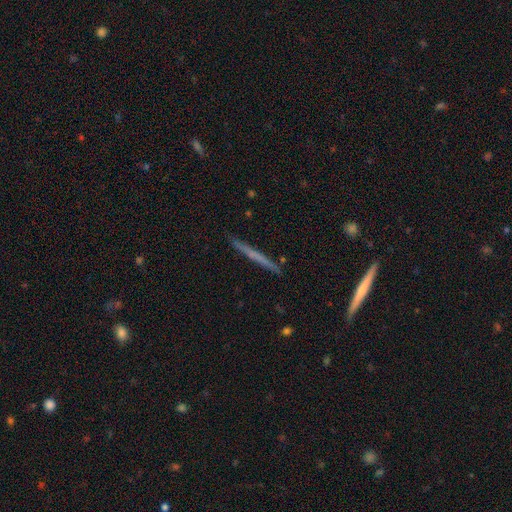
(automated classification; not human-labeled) Smooth or featured? Predicted: featured or disk (p=0.49). Merging? Predicted: none (p=0.90).